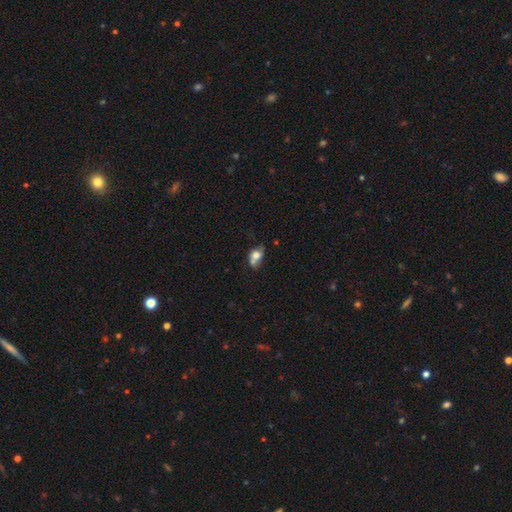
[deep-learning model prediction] A smooth galaxy with no disk features (66%) that is in between round and cigar-shaped (62%).

Vote fractions:
- Smooth or featured? smooth: 66% / featured or disk: 24% / star or artifact: 11%
- How rounded? in between: 62% / round: 35% / cigar-shaped: 3%
- Merging? merger: 39% / none: 28% / minor disturbance: 19% / major disturbance: 14%